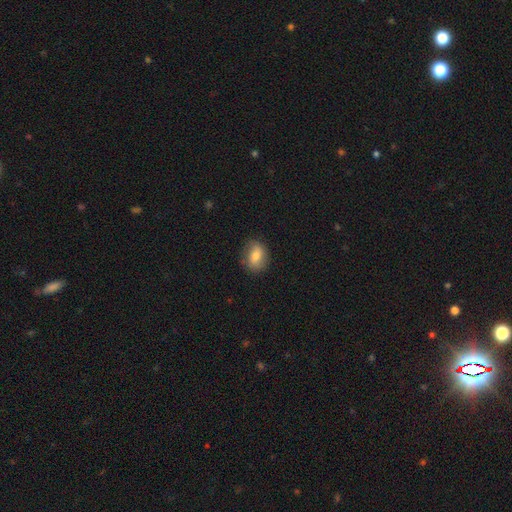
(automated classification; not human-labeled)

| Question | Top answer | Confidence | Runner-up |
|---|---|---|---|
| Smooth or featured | smooth | 72% | featured or disk (19%) |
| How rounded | in between | 54% | round (44%) |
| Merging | none | 81% | minor disturbance (14%) |